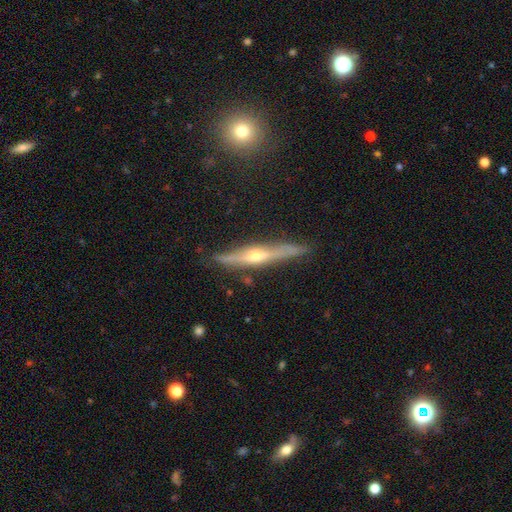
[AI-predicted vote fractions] Q: Smooth or featured?
A: featured or disk (76%); runner-up: smooth (17%)
Q: Edge-on disk?
A: yes (95%); runner-up: no (5%)
Q: Edge-on bulge?
A: rounded (84%); runner-up: none (12%)
Q: Merging?
A: none (83%); runner-up: minor disturbance (13%)